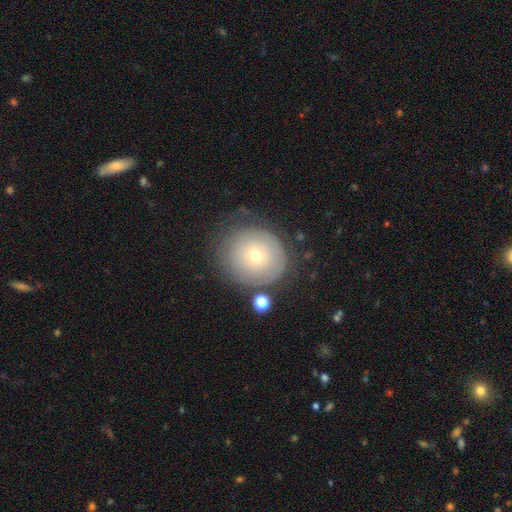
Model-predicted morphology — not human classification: Q: Smooth or featured?
A: smooth (55%); runner-up: featured or disk (36%)
Q: How rounded?
A: round (85%); runner-up: in between (14%)
Q: Merging?
A: none (68%); runner-up: minor disturbance (19%)